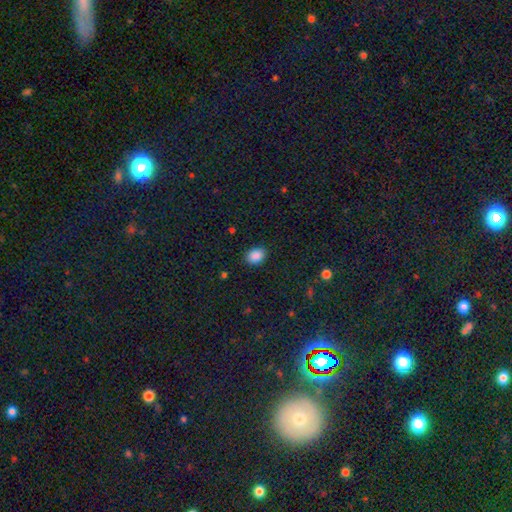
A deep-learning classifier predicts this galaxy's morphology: Smooth or featured?
  - smooth: 88% *
  - star or artifact: 9%
  - featured or disk: 3%
How rounded?
  - in between: 69% *
  - round: 30%
  - cigar-shaped: 1%
Merging?
  - none: 88% *
  - minor disturbance: 9%
  - major disturbance: 2%
  - merger: 1%